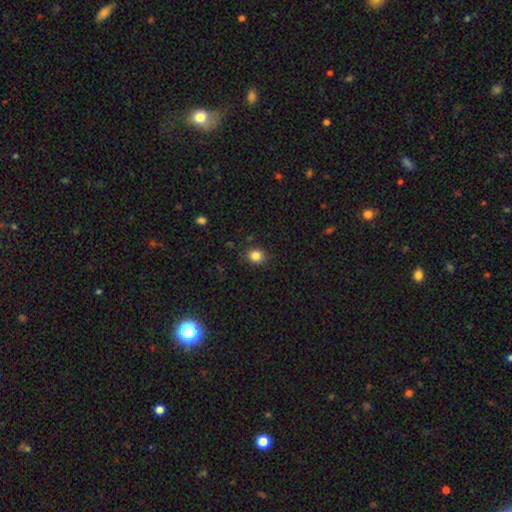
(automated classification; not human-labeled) This is clearly a smooth galaxy (85%). How rounded: likely round (75%). Merging: clearly none (86%).